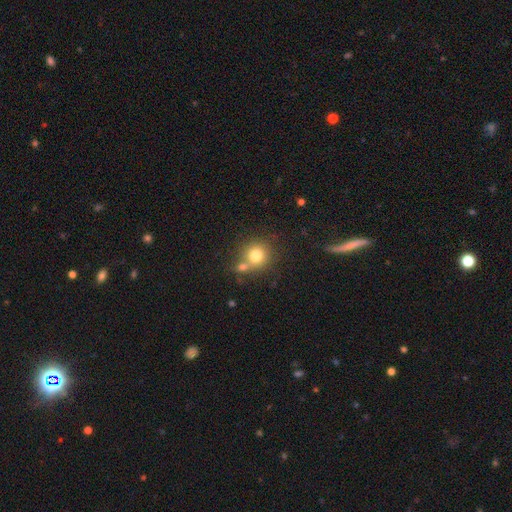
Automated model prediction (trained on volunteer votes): The model was most divided on "merging": none: 56%, merger: 30%, minor disturbance: 10%, major disturbance: 4%. More confident: how rounded — round (87%); smooth or featured — smooth (78%).